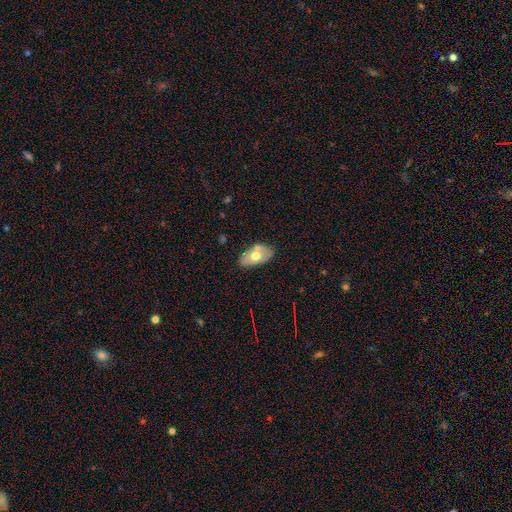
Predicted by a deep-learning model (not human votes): A smooth galaxy with no disk features (56%) that is in between round and cigar-shaped (92%).

Vote fractions:
- Smooth or featured? smooth: 56% / featured or disk: 37% / star or artifact: 7%
- How rounded? in between: 92% / round: 6% / cigar-shaped: 2%
- Merging? none: 69% / minor disturbance: 19% / merger: 8% / major disturbance: 4%